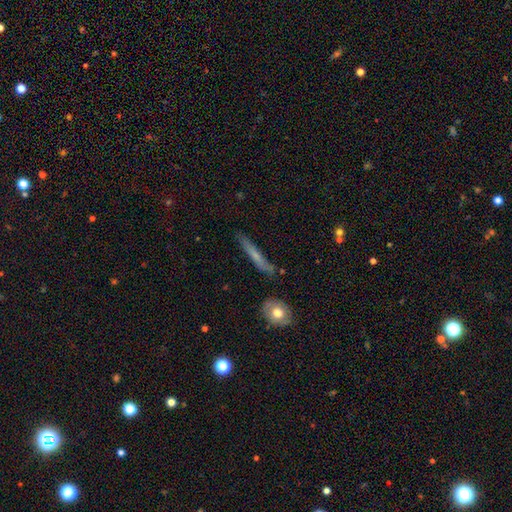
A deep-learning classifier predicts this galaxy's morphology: A smooth galaxy with no disk features (50%) that is cigar-shaped (92%).

Vote fractions:
- Smooth or featured? smooth: 50% / featured or disk: 42% / star or artifact: 8%
- How rounded? cigar-shaped: 92% / in between: 5% / round: 3%
- Merging? none: 78% / minor disturbance: 16% / major disturbance: 3% / merger: 3%